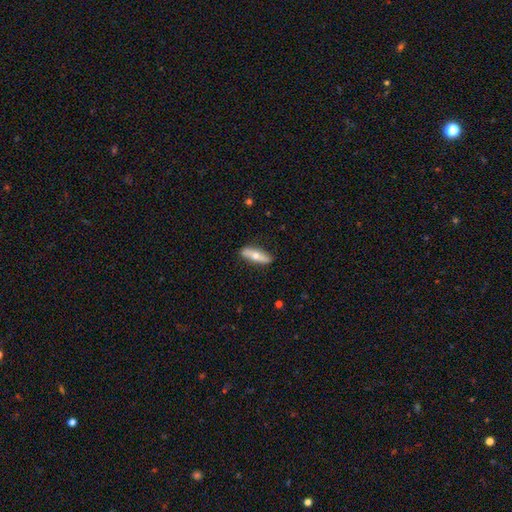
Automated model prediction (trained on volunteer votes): Smooth or featured: smooth — 52% (featured or disk — 42%)
How rounded: cigar-shaped — 57% (in between — 40%)
Merging: none — 86% (minor disturbance — 11%)